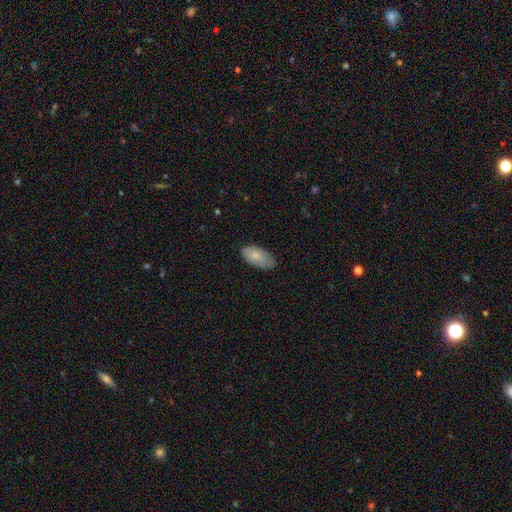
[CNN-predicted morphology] Smooth or featured: smooth — 77% (featured or disk — 18%)
How rounded: in between — 94% (cigar-shaped — 4%)
Merging: none — 74% (minor disturbance — 22%)